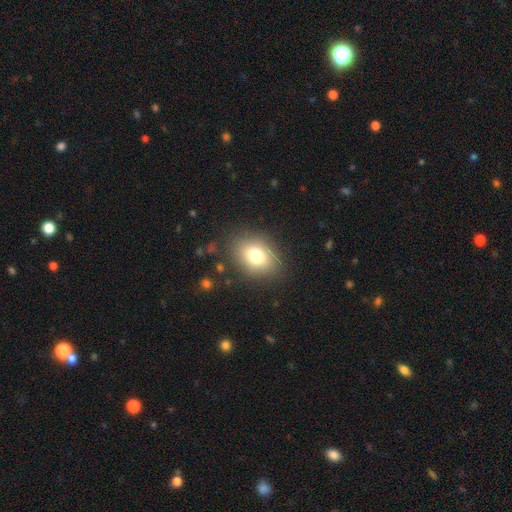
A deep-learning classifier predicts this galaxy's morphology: The model was most divided on "how rounded": in between: 61%, round: 38%, cigar-shaped: 1%. More confident: merging — none (83%); smooth or featured — smooth (76%).